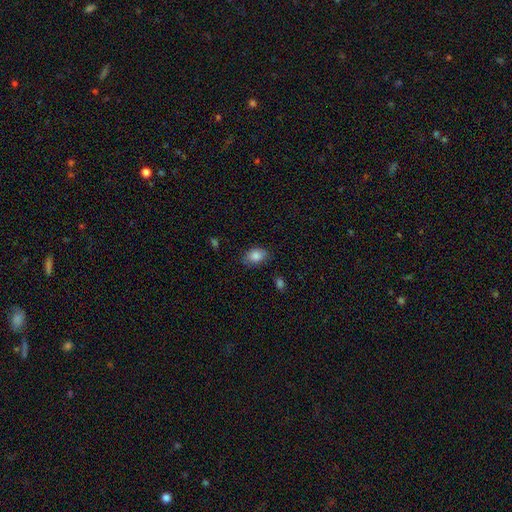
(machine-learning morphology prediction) smooth 84%, star or artifact 8%, featured or disk 8%. Down the decision tree: how rounded — in between (79%); merging — none (77%).